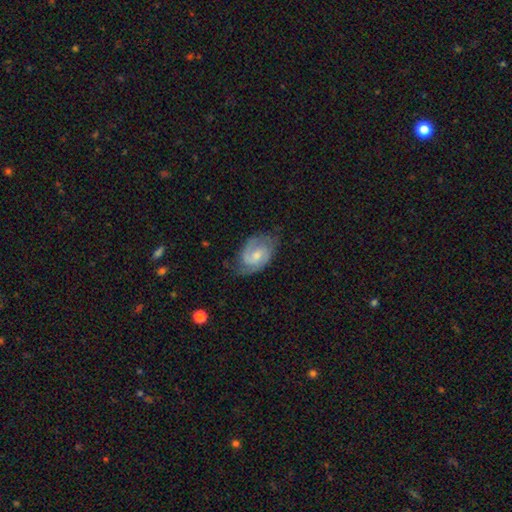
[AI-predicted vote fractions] Morphology: type=featured or disk (76%); edge-on=no (97%); bar=weak (47%); spiral arms=yes (94%); winding=medium (46%); arm count=2 (78%); bulge=moderate (45%); merging=none (65%).